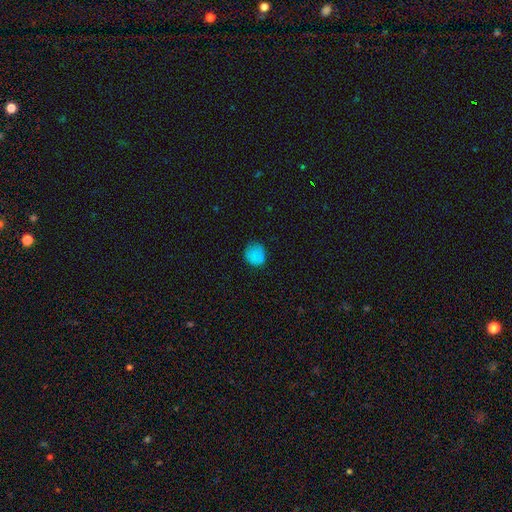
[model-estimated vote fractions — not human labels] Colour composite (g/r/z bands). It shows a smooth galaxy with no disk features (80%) that is round (82%). Merging: none (74%).